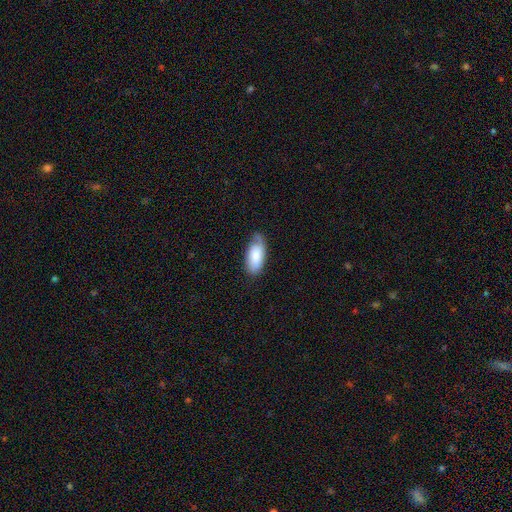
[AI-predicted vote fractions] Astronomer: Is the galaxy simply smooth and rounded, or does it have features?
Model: smooth — 74%.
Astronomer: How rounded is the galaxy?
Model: in between — 91%.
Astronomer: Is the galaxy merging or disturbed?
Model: none — 61%.